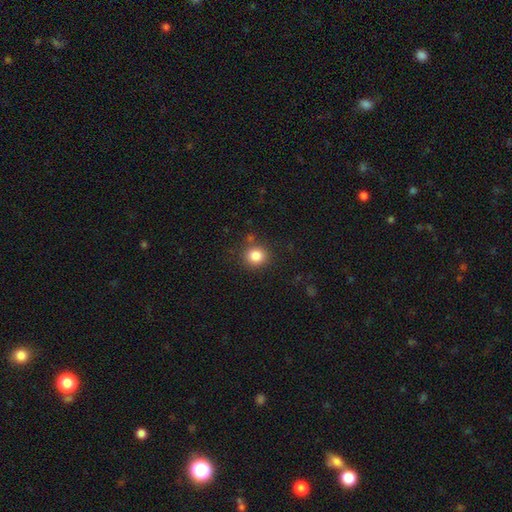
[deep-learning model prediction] smooth 84%, star or artifact 11%, featured or disk 5%. Down the decision tree: how rounded — round (87%); merging — none (85%).